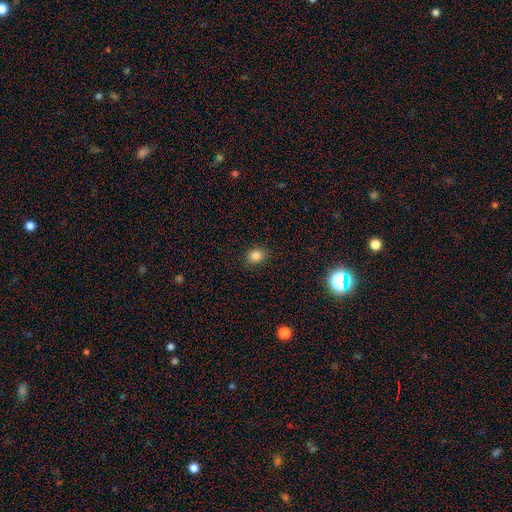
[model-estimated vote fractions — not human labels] The model was most divided on "how rounded": in between: 54%, round: 45%, cigar-shaped: 1%. More confident: merging — none (86%); smooth or featured — smooth (83%).